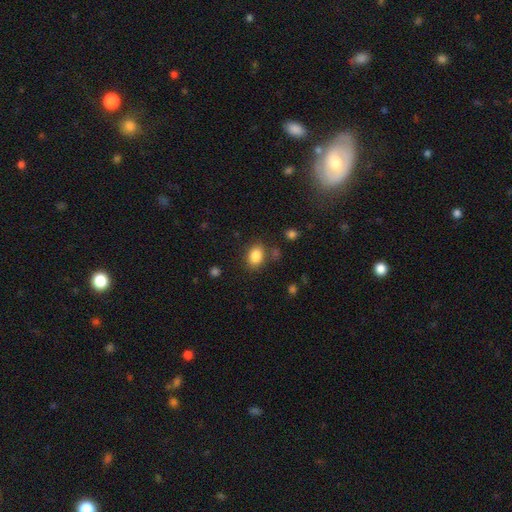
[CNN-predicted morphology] Smooth or featured? Predicted: smooth (p=0.85). How rounded? Predicted: in between (p=0.75). Merging? Predicted: none (p=0.76).